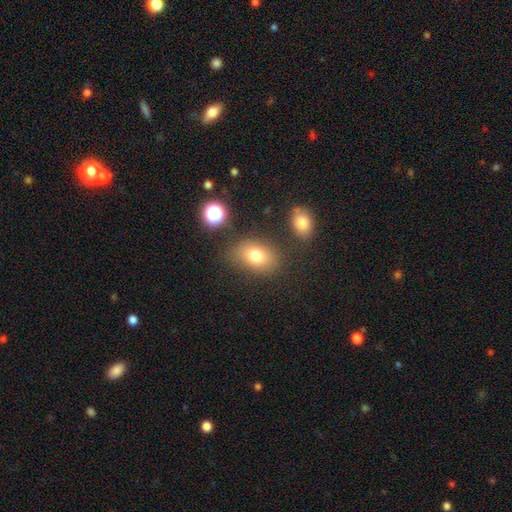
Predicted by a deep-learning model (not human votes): This is likely a smooth galaxy (76%). How rounded: likely in between (73%). Merging: likely none (75%).